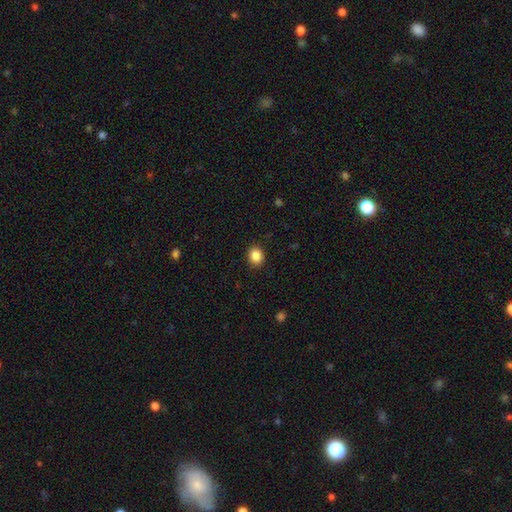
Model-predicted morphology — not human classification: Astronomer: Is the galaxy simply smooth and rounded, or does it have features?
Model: smooth — 87%.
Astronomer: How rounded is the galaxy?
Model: round — 60% (runner-up: in between, 40%).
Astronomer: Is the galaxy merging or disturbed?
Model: none — 90%.